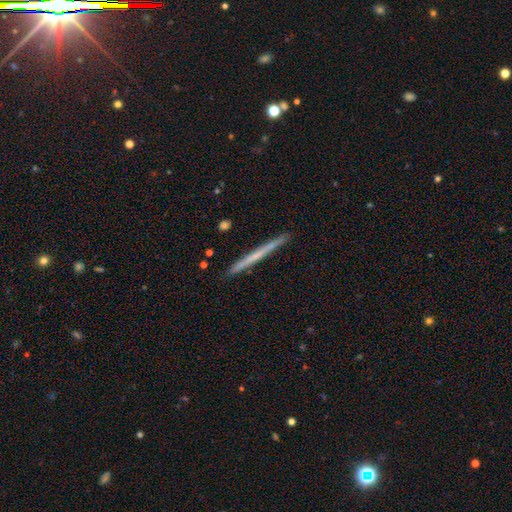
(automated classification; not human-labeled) Smooth or featured? featured or disk (50%)
Edge-on disk? yes (97%)
Merging? none (92%)